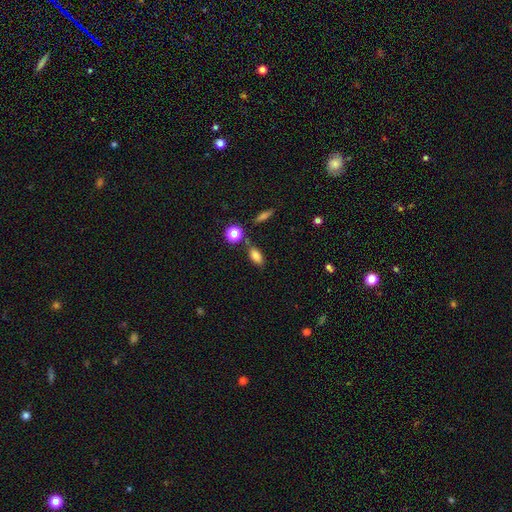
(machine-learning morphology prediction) Smooth or featured? Predicted: smooth (p=0.79). How rounded? Predicted: in between (p=0.81). Merging? Predicted: none (p=0.75).